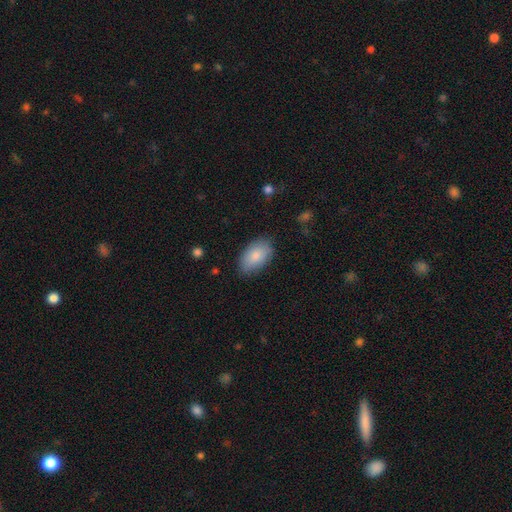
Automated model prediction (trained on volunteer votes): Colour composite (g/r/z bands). It shows a smooth galaxy with no disk features (84%) that is in between round and cigar-shaped (93%). Merging: none (81%).